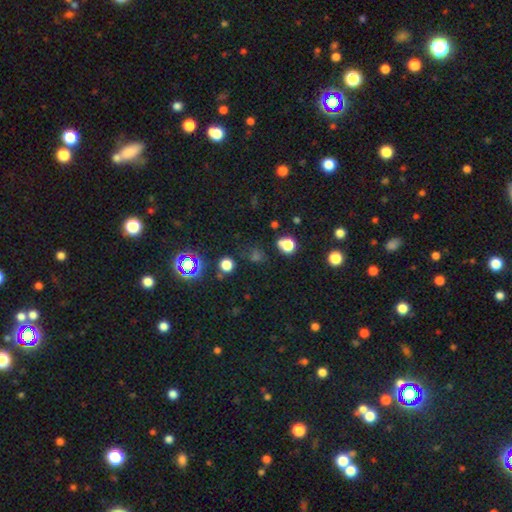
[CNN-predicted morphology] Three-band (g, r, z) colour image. It shows a star or artifact, not a galaxy (49%).